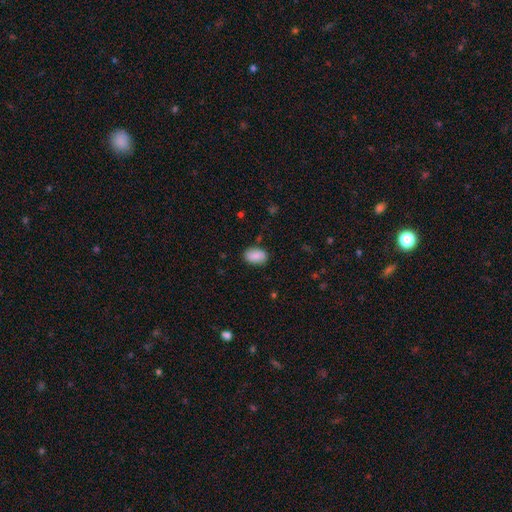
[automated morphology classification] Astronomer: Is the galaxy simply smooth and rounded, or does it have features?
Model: smooth — 85%.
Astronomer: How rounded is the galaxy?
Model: in between — 88%.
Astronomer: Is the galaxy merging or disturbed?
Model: none — 83%.